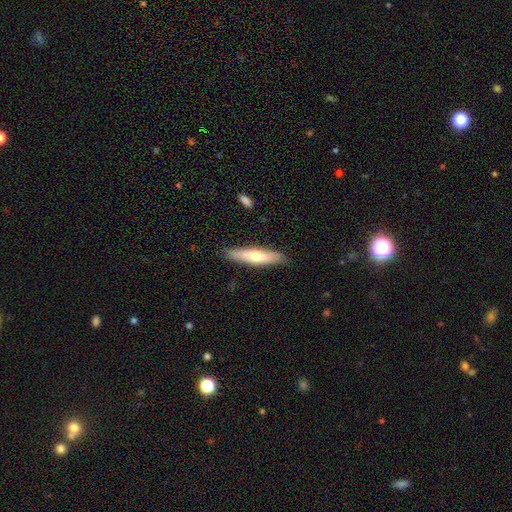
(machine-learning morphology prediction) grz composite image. It shows a smooth galaxy with no disk features (56%) that is cigar-shaped (78%). Merging: none (87%).